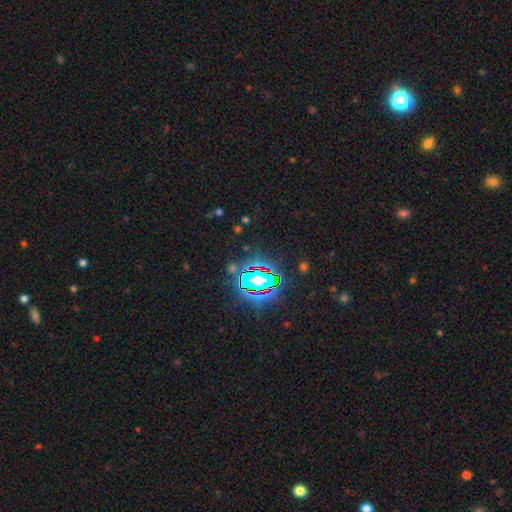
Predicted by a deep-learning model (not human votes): smooth-or-featured: star or artifact: 79% | smooth: 12% | featured or disk: 9%